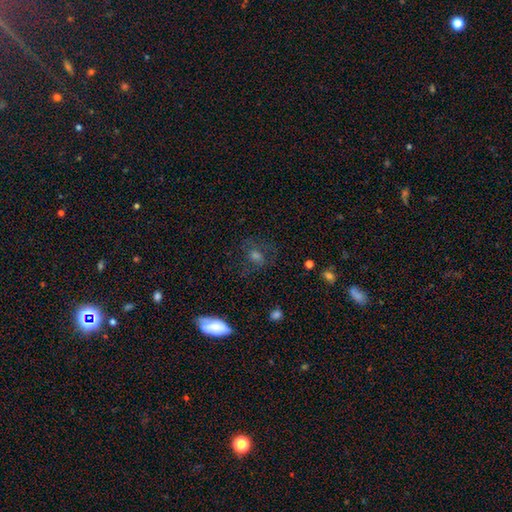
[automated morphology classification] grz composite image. It shows a smooth galaxy with no disk features (41%). Merging: none (69%).